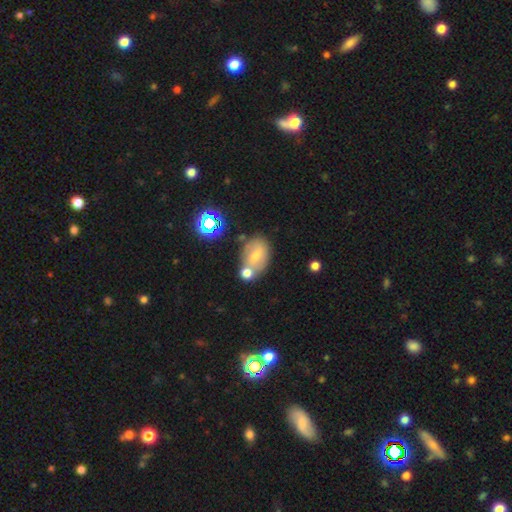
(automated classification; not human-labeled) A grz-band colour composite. It shows a smooth galaxy with no disk features (51%) that is in between round and cigar-shaped (75%). Merging: none (51%).